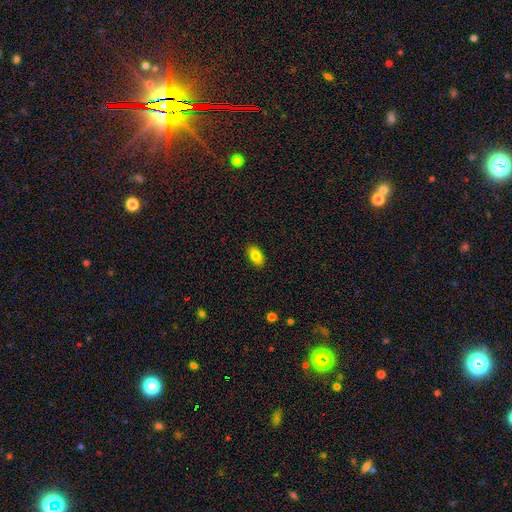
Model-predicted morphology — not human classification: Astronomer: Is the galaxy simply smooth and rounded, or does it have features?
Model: smooth — 82%.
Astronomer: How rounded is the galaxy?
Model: in between — 93%.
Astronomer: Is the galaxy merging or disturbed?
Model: none — 89%.